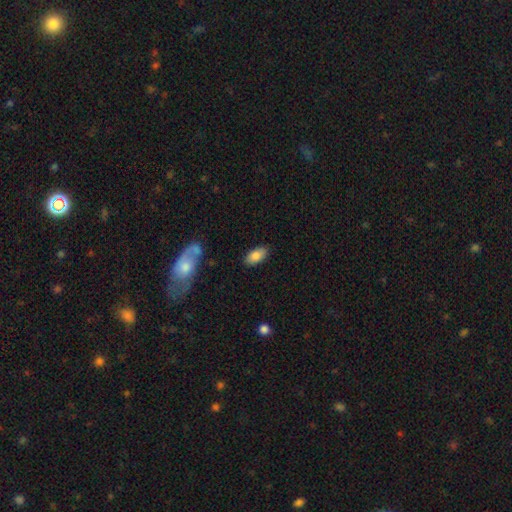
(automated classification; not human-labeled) Morphology: type=smooth (83%); roundness=in between (92%); merging=none (85%).